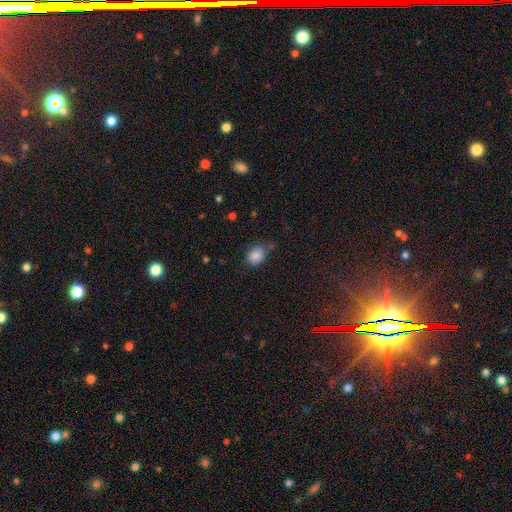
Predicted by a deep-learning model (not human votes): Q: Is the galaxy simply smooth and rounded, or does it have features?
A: smooth — 85%.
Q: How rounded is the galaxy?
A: in between — 57%.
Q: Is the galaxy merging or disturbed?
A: none — 64%.